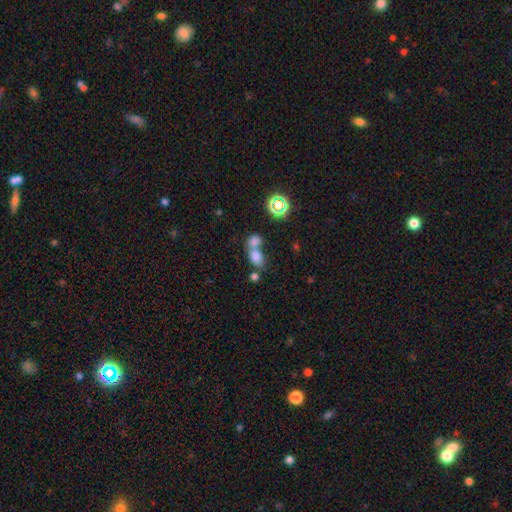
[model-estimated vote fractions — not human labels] This appears to be a smooth galaxy with no disk features (75%) that is in between round and cigar-shaped (68%). Merging: merger (60%).